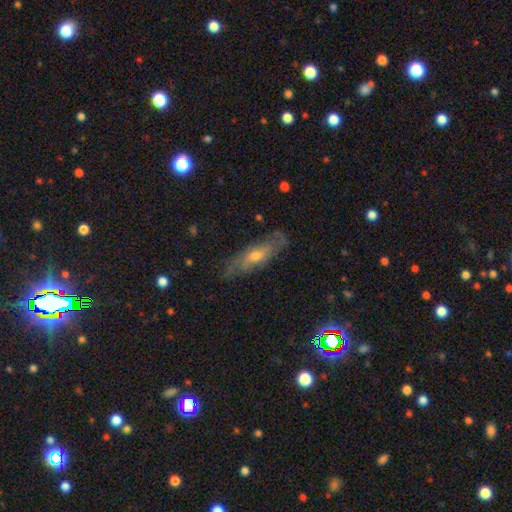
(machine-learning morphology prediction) Q: Smooth or featured?
A: featured or disk (54%); runner-up: smooth (39%)
Q: Edge-on disk?
A: no (62%); runner-up: yes (38%)
Q: Merging?
A: none (74%); runner-up: minor disturbance (19%)